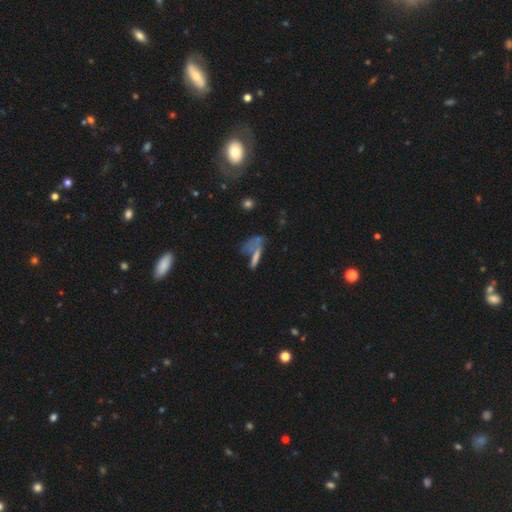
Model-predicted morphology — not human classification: type=smooth (46%); merging=none (36%).